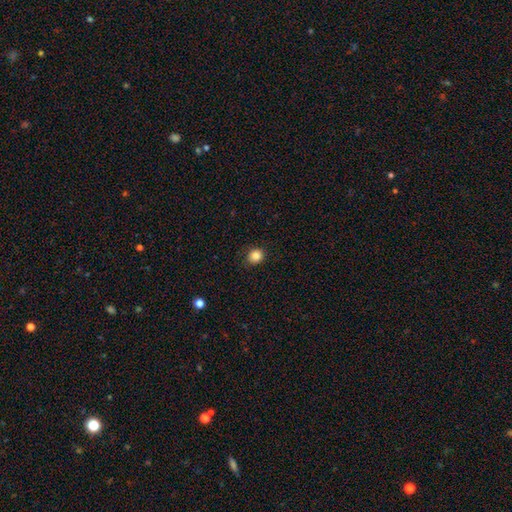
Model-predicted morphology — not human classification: Smooth or featured: smooth — 85% (star or artifact — 11%)
How rounded: round — 82% (in between — 17%)
Merging: none — 89% (minor disturbance — 8%)